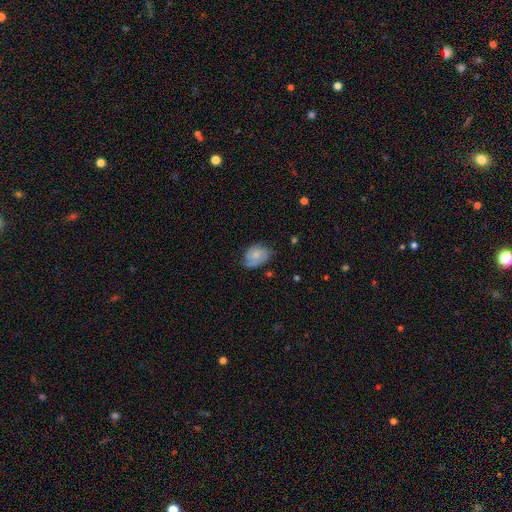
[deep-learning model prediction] Smooth or featured?
  - smooth: 52% *
  - featured or disk: 41%
  - star or artifact: 8%
How rounded?
  - in between: 71% *
  - round: 28%
  - cigar-shaped: 1%
Merging?
  - none: 56% *
  - minor disturbance: 32%
  - major disturbance: 11%
  - merger: 2%